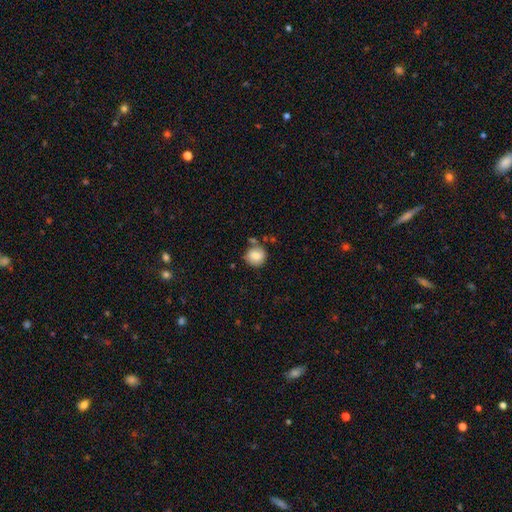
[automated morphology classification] This is clearly a smooth galaxy (82%). How rounded: clearly round (90%). Merging: likely none (73%).